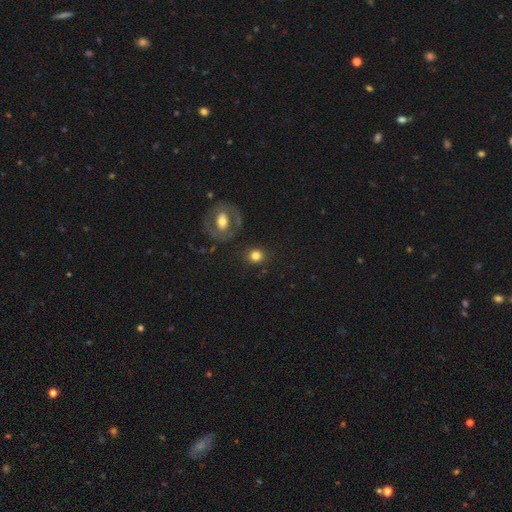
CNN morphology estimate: Smooth or featured: smooth — 76% (featured or disk — 13%)
How rounded: round — 84% (in between — 14%)
Merging: none — 85% (minor disturbance — 8%)